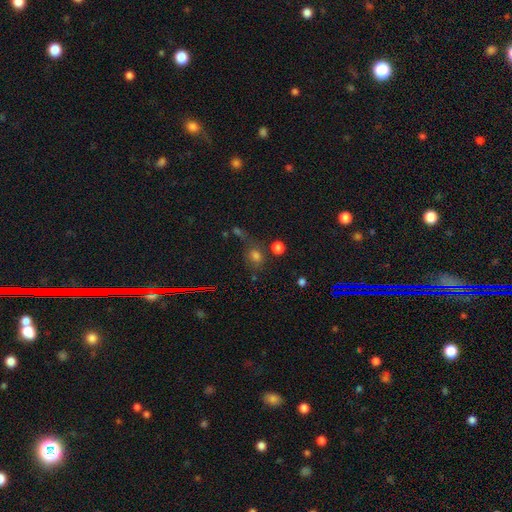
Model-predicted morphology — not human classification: The model was most divided on "how rounded": round: 54%, in between: 44%, cigar-shaped: 2%. More confident: smooth or featured — smooth (71%); merging — none (54%).